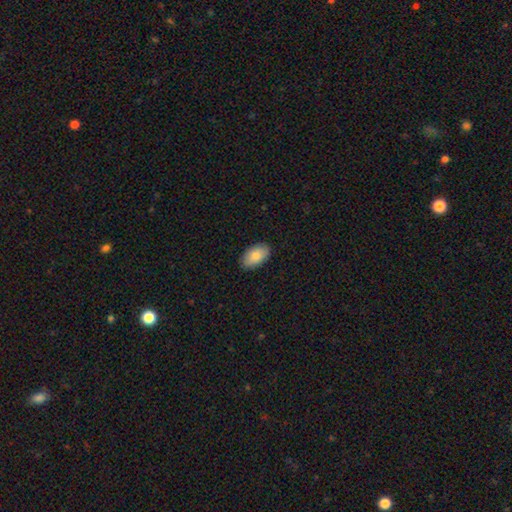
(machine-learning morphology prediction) The model was most divided on "smooth or featured": smooth: 83%, featured or disk: 11%, star or artifact: 6%. More confident: how rounded — in between (94%); merging — none (89%).